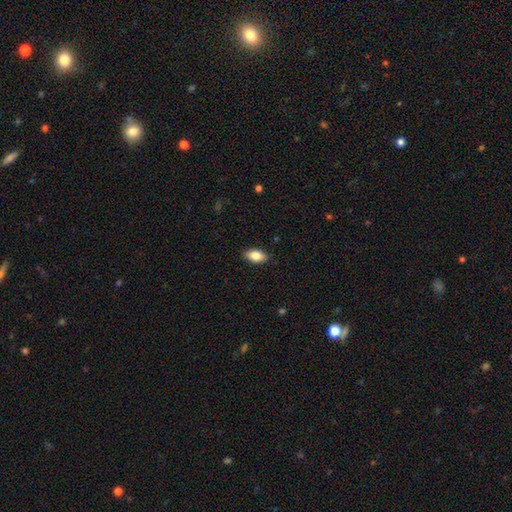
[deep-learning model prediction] A smooth galaxy with no disk features (82%) that is in between round and cigar-shaped (90%).

Vote fractions:
- Smooth or featured? smooth: 82% / featured or disk: 11% / star or artifact: 7%
- How rounded? in between: 90% / round: 5% / cigar-shaped: 5%
- Merging? none: 87% / minor disturbance: 10% / major disturbance: 2% / merger: 1%